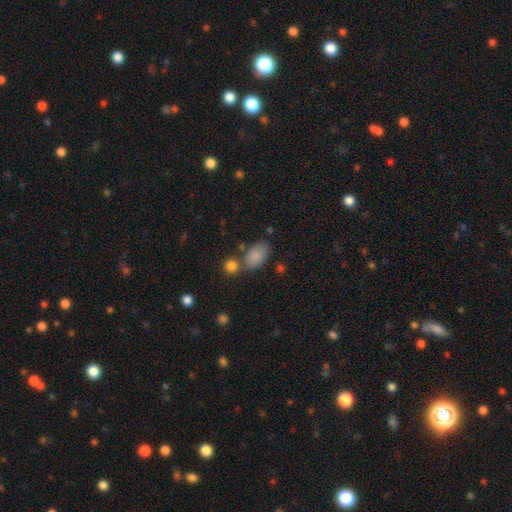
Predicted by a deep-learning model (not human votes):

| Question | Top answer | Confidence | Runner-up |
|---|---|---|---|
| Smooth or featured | smooth | 85% | star or artifact (8%) |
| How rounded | in between | 92% | round (6%) |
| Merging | none | 64% | minor disturbance (16%) |